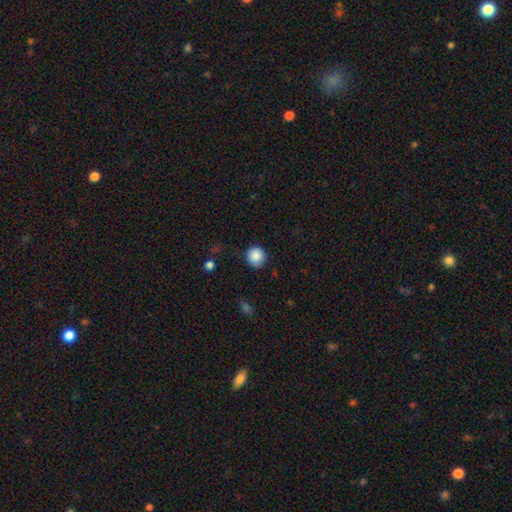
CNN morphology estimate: Overall: smooth (87%). How rounded: round (91%). Merging: none (82%).